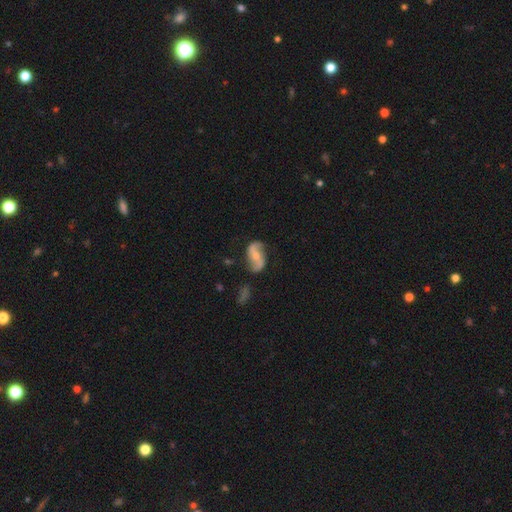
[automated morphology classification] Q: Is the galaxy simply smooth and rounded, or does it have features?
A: featured or disk — 75%.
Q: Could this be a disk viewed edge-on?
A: no — 95%.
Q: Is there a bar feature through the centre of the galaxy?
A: no — 35%.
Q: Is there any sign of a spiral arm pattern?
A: yes — 90%.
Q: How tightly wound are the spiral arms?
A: loose — 74%.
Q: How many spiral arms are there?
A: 2 — 91%.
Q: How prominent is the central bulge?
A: moderate — 49%.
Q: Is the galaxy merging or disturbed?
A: none — 73%.